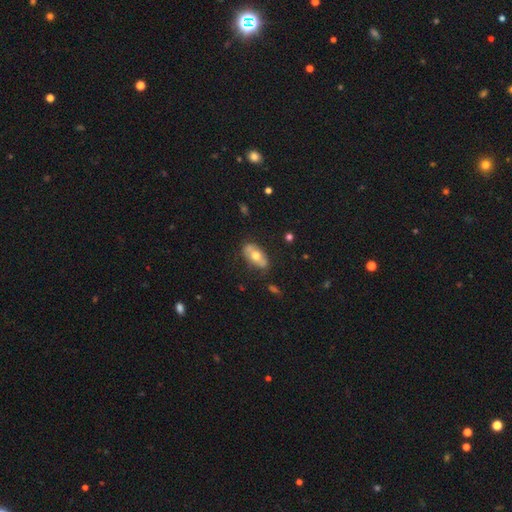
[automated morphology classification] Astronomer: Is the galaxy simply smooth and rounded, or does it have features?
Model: smooth — 51% (runner-up: featured or disk, 43%).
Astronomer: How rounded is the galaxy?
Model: in between — 88%.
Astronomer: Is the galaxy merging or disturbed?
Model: none — 76%.